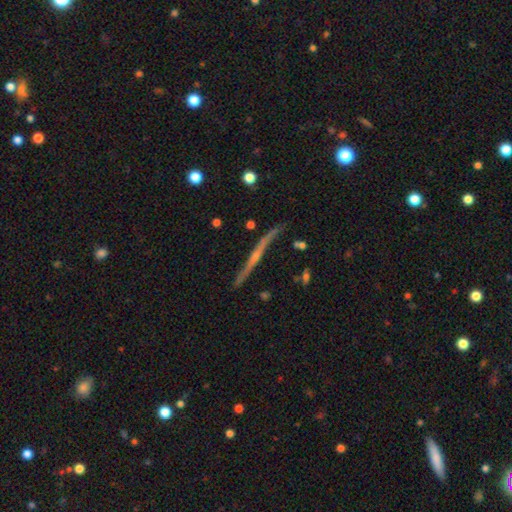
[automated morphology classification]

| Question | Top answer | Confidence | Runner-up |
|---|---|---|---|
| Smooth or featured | featured or disk | 81% | smooth (12%) |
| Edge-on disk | yes | 96% | no (4%) |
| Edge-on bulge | rounded | 67% | none (28%) |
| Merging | none | 82% | minor disturbance (13%) |